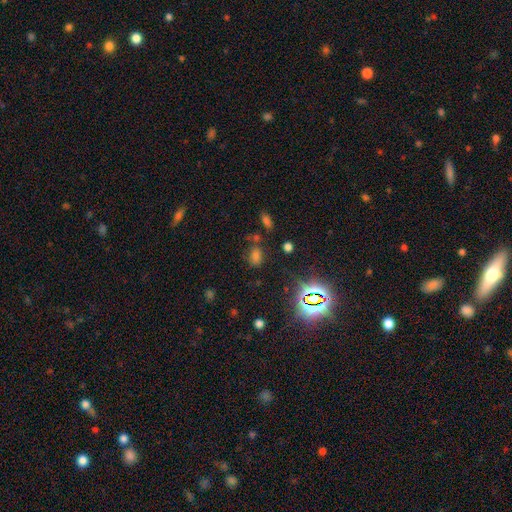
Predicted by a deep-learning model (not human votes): This appears to be a smooth galaxy with no disk features (58%) that is in between round and cigar-shaped (81%). Merging: none (69%).